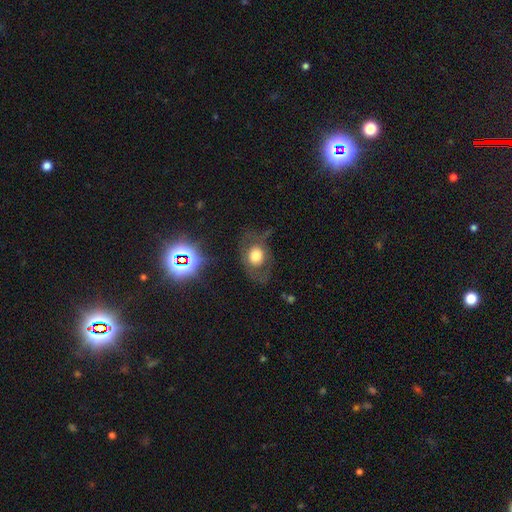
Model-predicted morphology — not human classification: Smooth or featured? Predicted: smooth (p=0.57). How rounded? Predicted: round (p=0.54). Merging? Predicted: none (p=0.57).